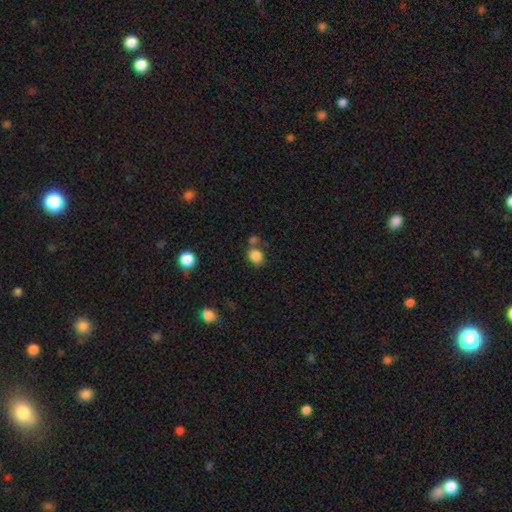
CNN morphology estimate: Smooth or featured? Predicted: smooth (p=0.84). How rounded? Predicted: round (p=0.64). Merging? Predicted: none (p=0.62).